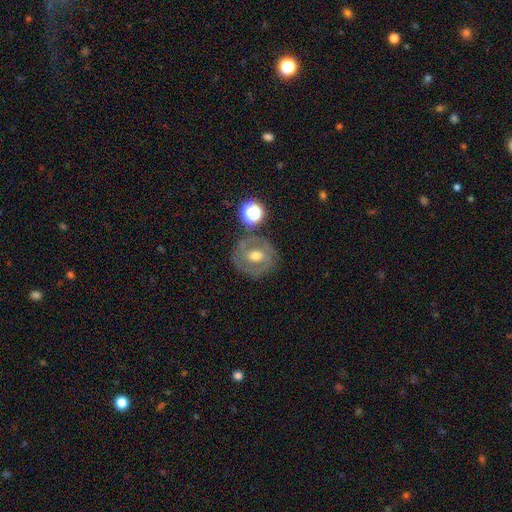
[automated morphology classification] Overall: featured or disk (63%; smooth 27%). Edge-on disk: no (96%). Bar: weak (42%; no 39%). Spiral arms: yes (64%; no 36%). Bulge size: moderate (74%). Merging: none (77%).